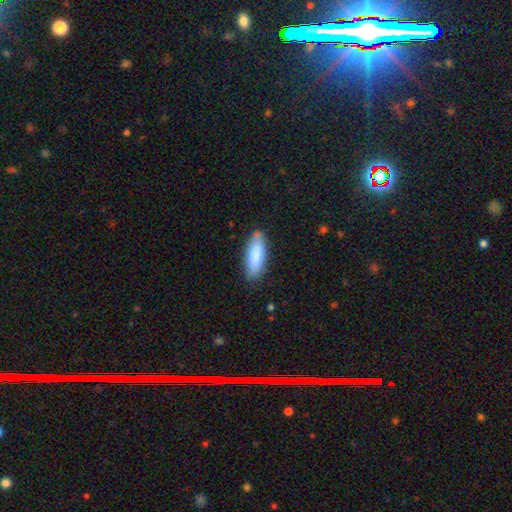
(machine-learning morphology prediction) A smooth galaxy with no disk features (83%) that is in between round and cigar-shaped (62%). Merging: none (80%).